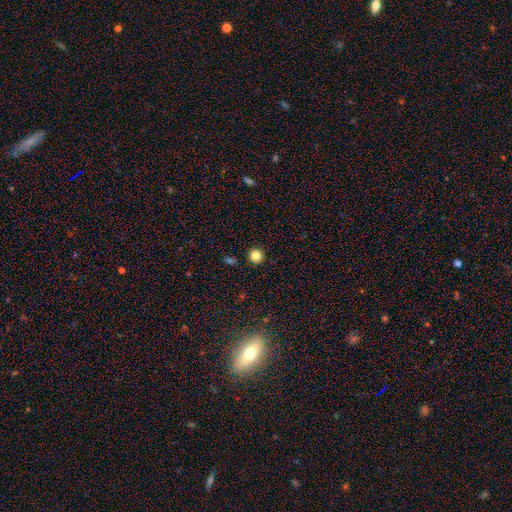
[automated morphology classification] Smooth or featured? smooth (83%)
How rounded? round (94%)
Merging? none (92%)